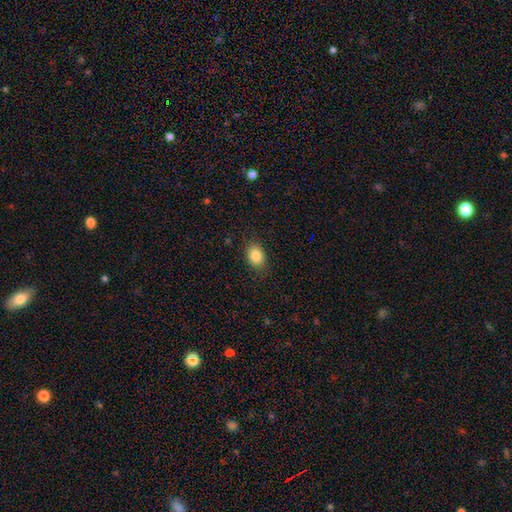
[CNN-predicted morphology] Smooth or featured? Predicted: smooth (p=0.85). How rounded? Predicted: in between (p=0.67). Merging? Predicted: none (p=0.86).